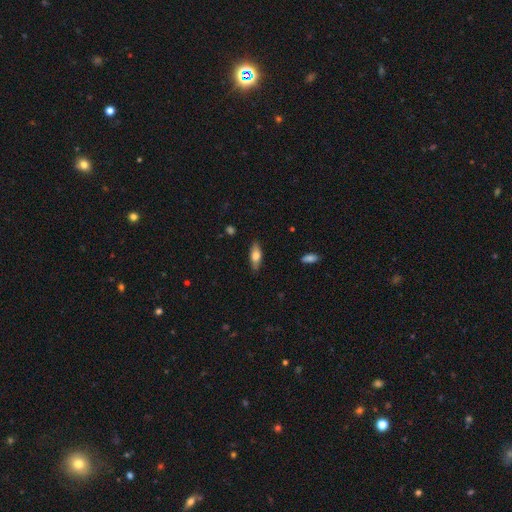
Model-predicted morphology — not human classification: Smooth or featured: smooth — 68% (featured or disk — 26%)
How rounded: in between — 66% (cigar-shaped — 31%)
Merging: none — 86% (minor disturbance — 11%)